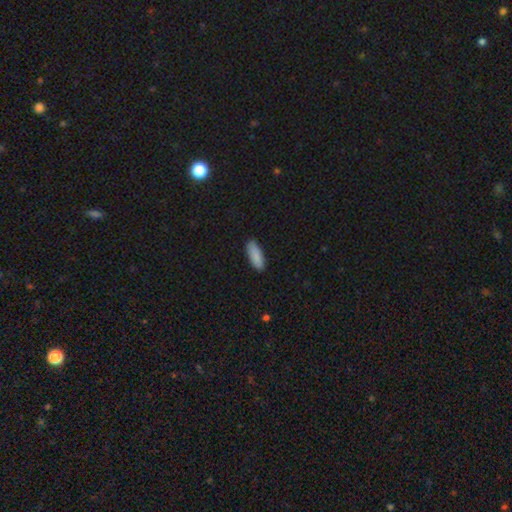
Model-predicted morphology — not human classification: This is clearly a smooth galaxy (89%). How rounded: likely in between (66%). Merging: clearly none (87%).